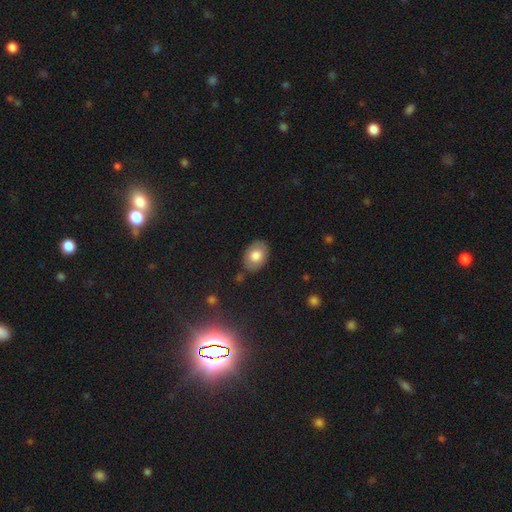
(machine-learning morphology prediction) smooth 76%, featured or disk 17%, star or artifact 7%. Down the decision tree: how rounded — in between (80%); merging — none (82%).